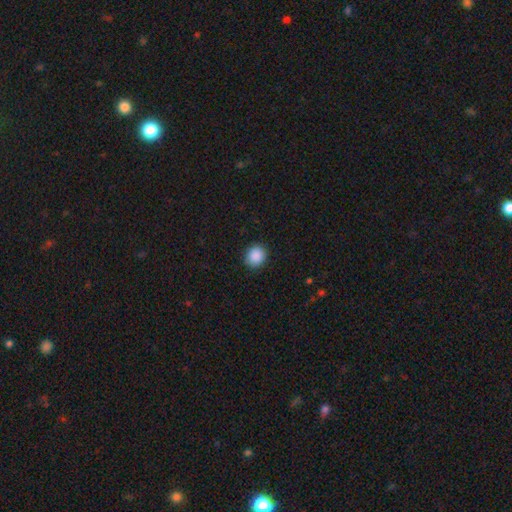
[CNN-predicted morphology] Smooth or featured? Predicted: smooth (p=0.89). How rounded? Predicted: round (p=0.74). Merging? Predicted: none (p=0.89).